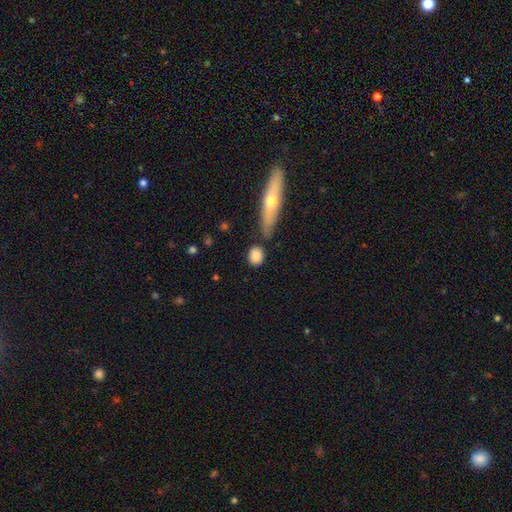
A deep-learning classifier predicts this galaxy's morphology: This is clearly a smooth galaxy (85%). How rounded: likely round (63%). Merging: likely none (74%).